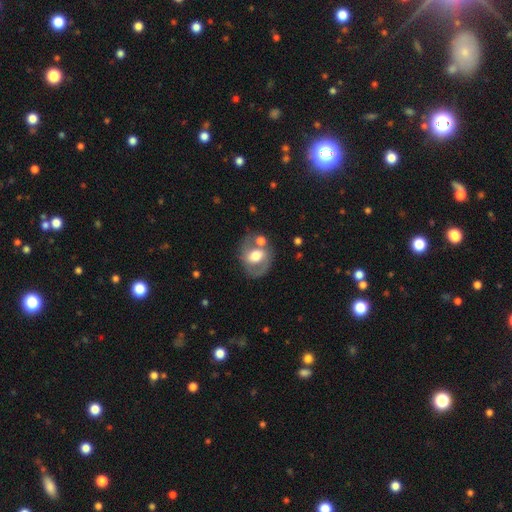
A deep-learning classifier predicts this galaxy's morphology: smooth_or_featured: featured or disk (p=0.56) [alt: smooth p=0.37]
disk_edge_on: no (p=0.95) [alt: yes p=0.05]
bar: no (p=0.48) [alt: weak p=0.35]
has_spiral_arms: yes (p=0.54) [alt: no p=0.46]
bulge_size: moderate (p=0.55) [alt: large p=0.34]
merging: none (p=0.59) [alt: minor disturbance p=0.18]